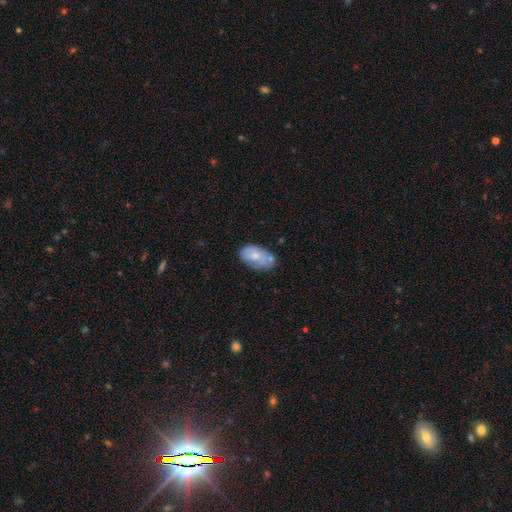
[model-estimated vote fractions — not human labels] smooth 66%, featured or disk 27%, star or artifact 7%. Down the decision tree: how rounded — in between (91%); merging — none (47%).